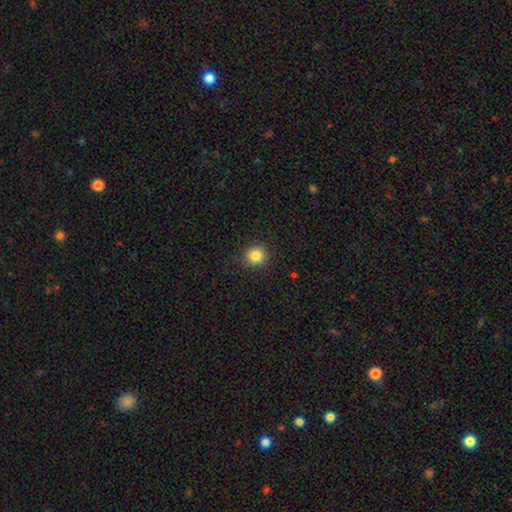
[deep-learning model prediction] Smooth or featured? Predicted: smooth (p=0.85). How rounded? Predicted: round (p=0.91). Merging? Predicted: none (p=0.90).